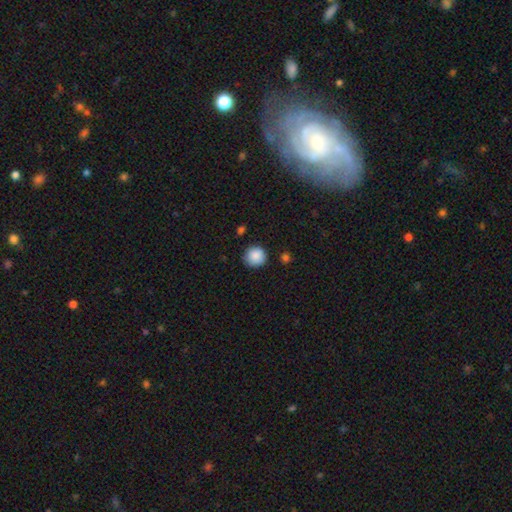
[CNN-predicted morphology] Q: Smooth or featured?
A: smooth (88%); runner-up: star or artifact (8%)
Q: How rounded?
A: round (93%); runner-up: in between (6%)
Q: Merging?
A: none (85%); runner-up: minor disturbance (10%)